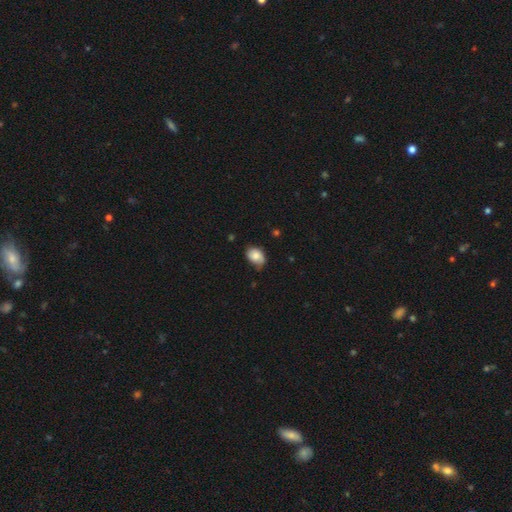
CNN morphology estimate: Smooth or featured?
  - smooth: 75% *
  - featured or disk: 17%
  - star or artifact: 8%
How rounded?
  - in between: 78% *
  - round: 21%
  - cigar-shaped: 1%
Merging?
  - none: 54% *
  - minor disturbance: 36%
  - major disturbance: 8%
  - merger: 2%